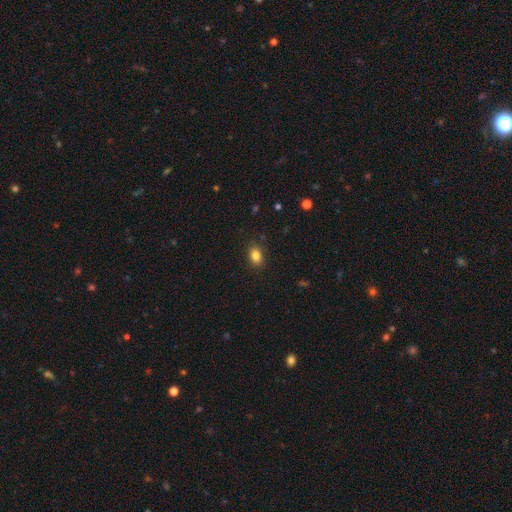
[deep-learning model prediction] A smooth galaxy with no disk features (84%) that is in between round and cigar-shaped (75%).

Vote fractions:
- Smooth or featured? smooth: 84% / star or artifact: 10% / featured or disk: 5%
- How rounded? in between: 75% / round: 24% / cigar-shaped: 1%
- Merging? none: 86% / minor disturbance: 10% / major disturbance: 3% / merger: 1%